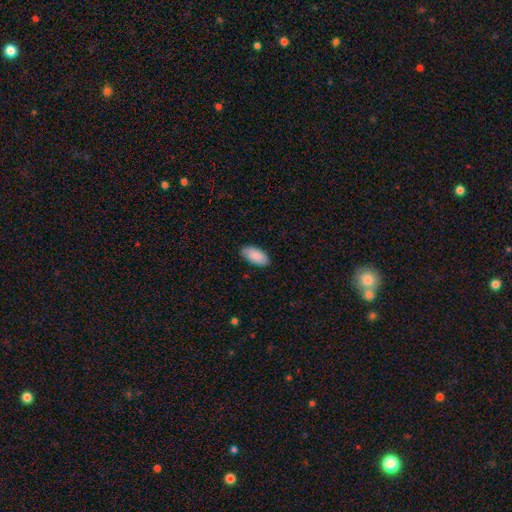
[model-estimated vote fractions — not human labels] smooth_or_featured: smooth (p=0.89) [alt: star or artifact p=0.06]
how_rounded: in between (p=0.93) [alt: cigar-shaped p=0.05]
merging: none (p=0.86) [alt: minor disturbance p=0.11]